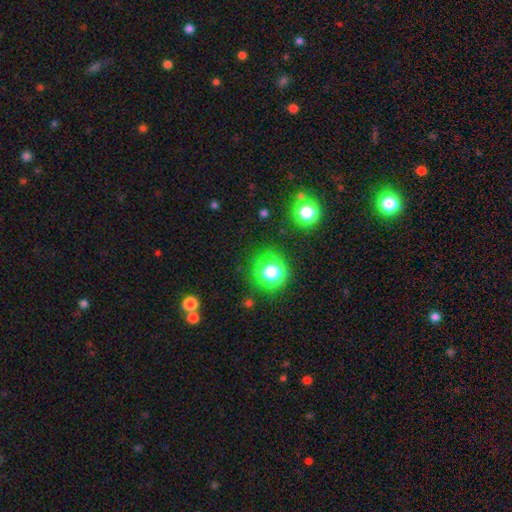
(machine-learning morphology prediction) type=star or artifact (67%).